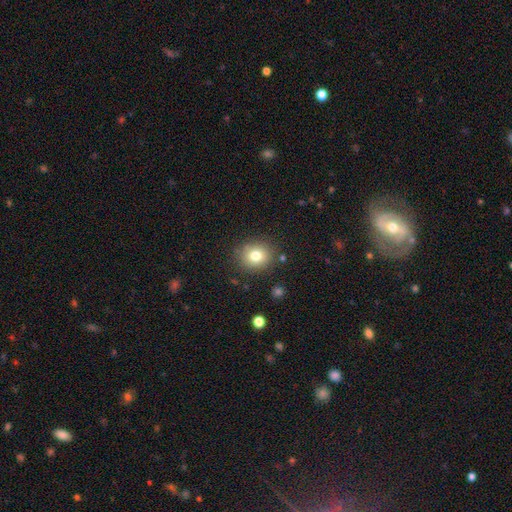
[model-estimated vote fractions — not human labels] This is likely a smooth galaxy (78%). How rounded: likely round (75%). Merging: clearly none (85%).